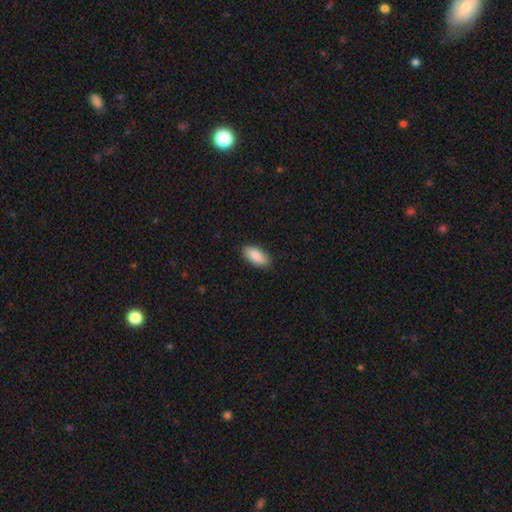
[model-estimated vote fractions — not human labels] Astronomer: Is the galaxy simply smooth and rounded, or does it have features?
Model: smooth — 90%.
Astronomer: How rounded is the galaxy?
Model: in between — 91%.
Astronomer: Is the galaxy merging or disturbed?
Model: none — 88%.